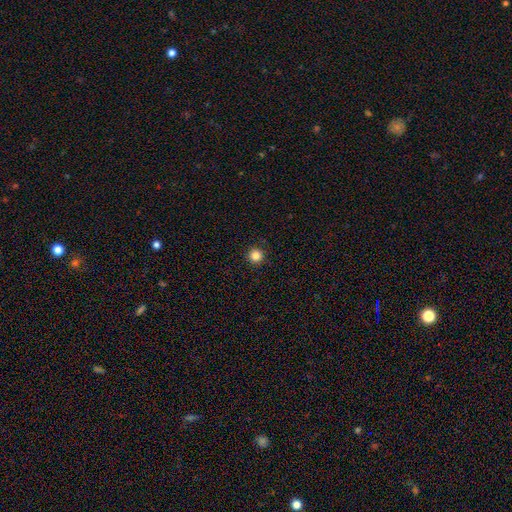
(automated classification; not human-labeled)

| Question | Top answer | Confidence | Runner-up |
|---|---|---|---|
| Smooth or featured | smooth | 84% | star or artifact (12%) |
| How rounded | round | 96% | in between (3%) |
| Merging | none | 93% | minor disturbance (4%) |